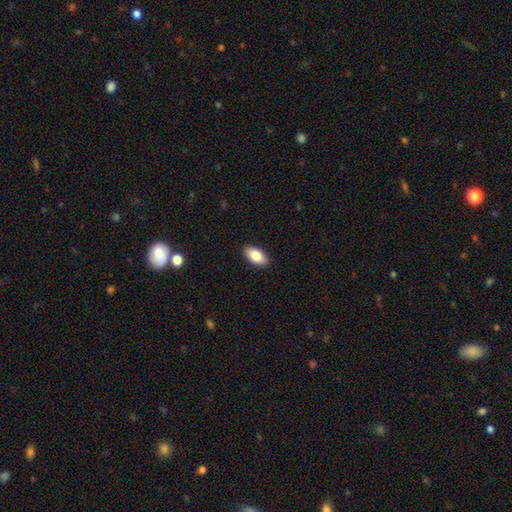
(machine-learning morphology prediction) This is clearly a smooth galaxy (84%). How rounded: clearly in between (93%). Merging: clearly none (90%).